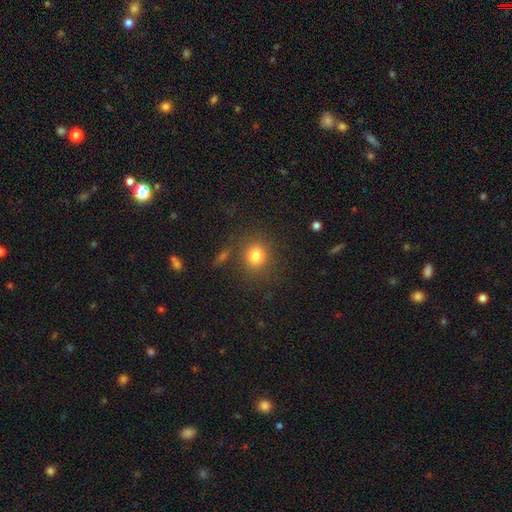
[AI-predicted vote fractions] Morphology: type=smooth (80%); roundness=round (81%); merging=none (82%).